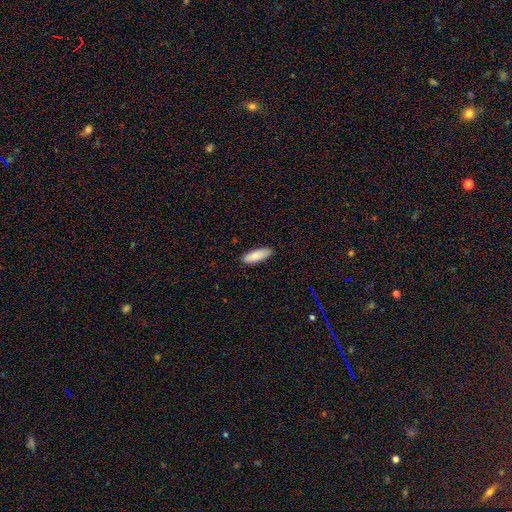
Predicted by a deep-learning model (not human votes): The model was most divided on "how rounded": in between: 61%, cigar-shaped: 37%, round: 2%. More confident: merging — none (87%); smooth or featured — smooth (86%).